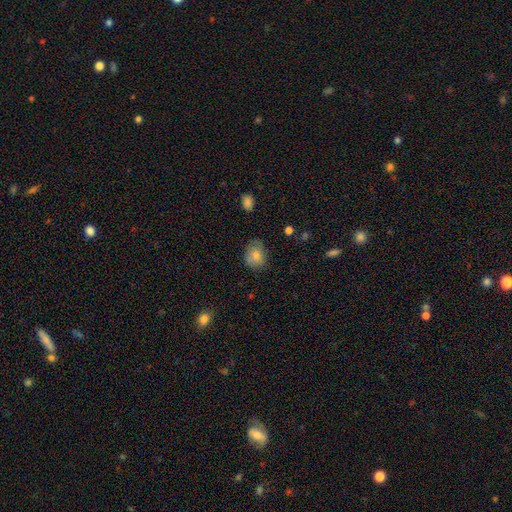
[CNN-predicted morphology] smooth_or_featured: smooth (p=0.79) [alt: featured or disk p=0.13]
how_rounded: round (p=0.53) [alt: in between p=0.46]
merging: none (p=0.66) [alt: minor disturbance p=0.26]